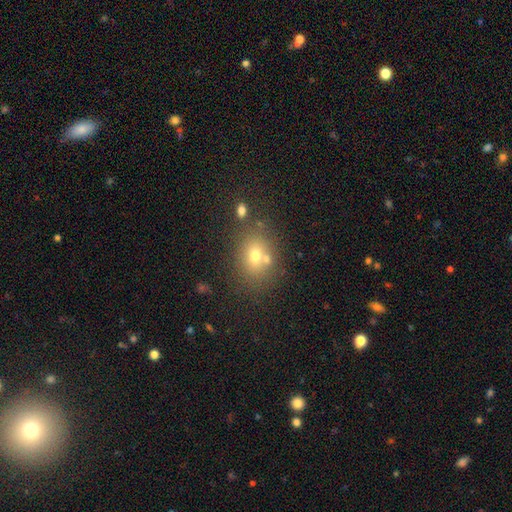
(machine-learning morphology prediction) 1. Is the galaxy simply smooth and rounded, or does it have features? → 66% smooth, 18% featured or disk, 16% star or artifact.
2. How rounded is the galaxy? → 53% in between, 46% round, 1% cigar-shaped.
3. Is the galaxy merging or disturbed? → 62% none, 21% merger, 13% minor disturbance, 5% major disturbance.